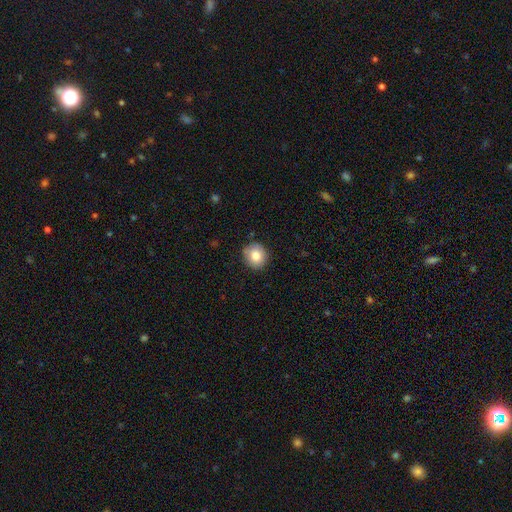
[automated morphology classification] Overall: smooth (80%). How rounded: round (84%). Merging: none (84%).